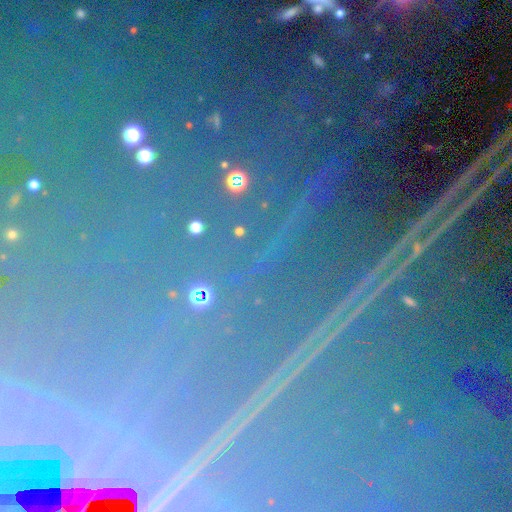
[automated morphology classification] Smooth or featured: star or artifact — 85% (smooth — 8%)